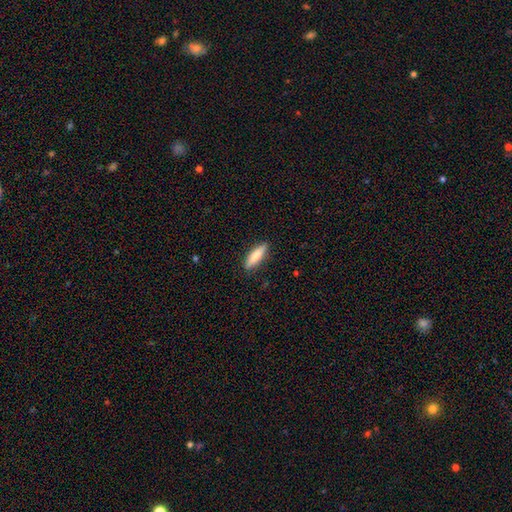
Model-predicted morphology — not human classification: Smooth or featured: smooth — 80% (featured or disk — 14%)
How rounded: cigar-shaped — 61% (in between — 37%)
Merging: none — 88% (minor disturbance — 9%)